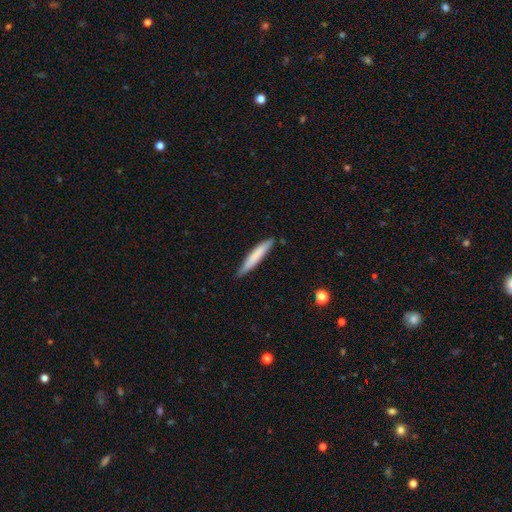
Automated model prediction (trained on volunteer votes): This appears to be a smooth galaxy with no disk features (76%) that is cigar-shaped (92%). Merging: none (83%).